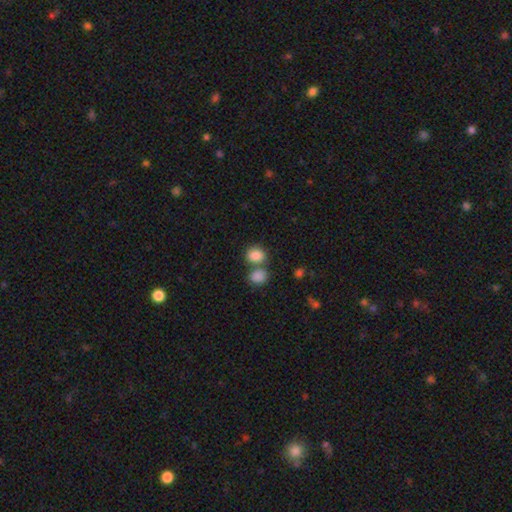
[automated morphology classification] A smooth galaxy with no disk features (85%) that is round (59%).

Vote fractions:
- Smooth or featured? smooth: 85% / star or artifact: 9% / featured or disk: 6%
- How rounded? round: 59% / in between: 40% / cigar-shaped: 1%
- Merging? none: 52% / merger: 35% / minor disturbance: 10% / major disturbance: 4%